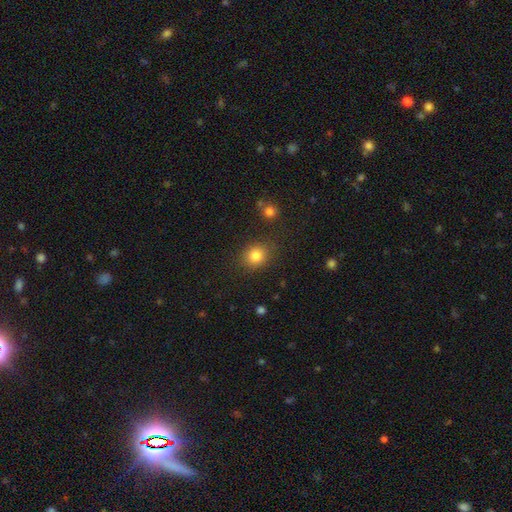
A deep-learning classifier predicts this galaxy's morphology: A smooth galaxy with no disk features (83%) that is round (71%).

Vote fractions:
- Smooth or featured? smooth: 83% / star or artifact: 11% / featured or disk: 6%
- How rounded? round: 71% / in between: 28% / cigar-shaped: 1%
- Merging? none: 84% / minor disturbance: 10% / major disturbance: 3% / merger: 3%